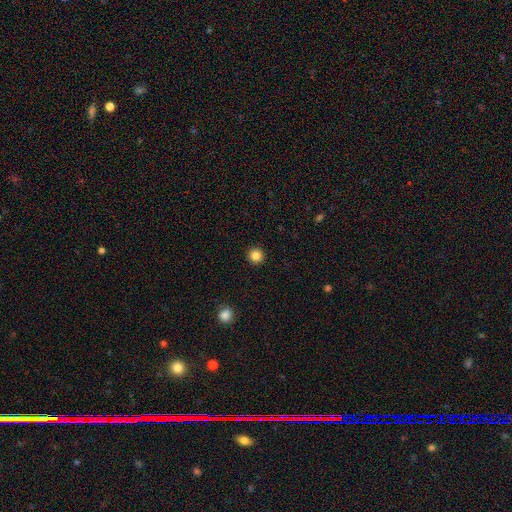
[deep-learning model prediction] A smooth galaxy with no disk features (84%) that is round (96%).

Vote fractions:
- Smooth or featured? smooth: 84% / star or artifact: 11% / featured or disk: 4%
- How rounded? round: 96% / in between: 3% / cigar-shaped: 1%
- Merging? none: 94% / minor disturbance: 4% / major disturbance: 1% / merger: 1%